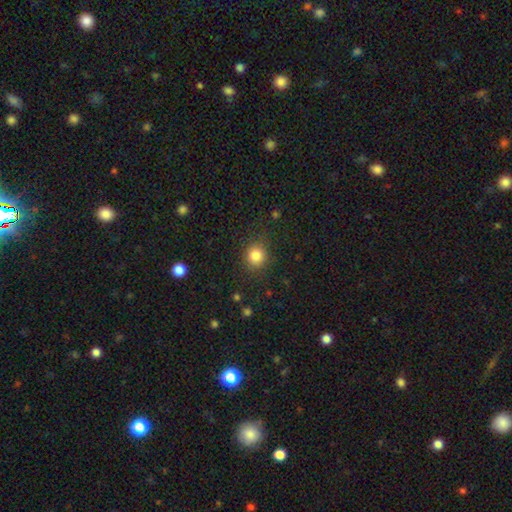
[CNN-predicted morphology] This is clearly a smooth galaxy (84%). How rounded: clearly round (86%). Merging: clearly none (86%).